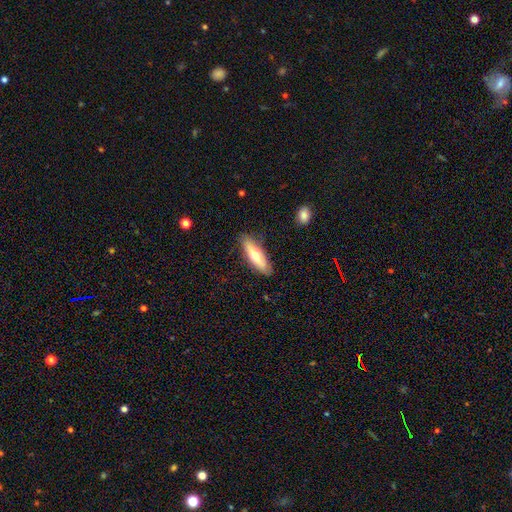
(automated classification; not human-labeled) Morphology: type=smooth (59%); roundness=cigar-shaped (63%); merging=none (87%).